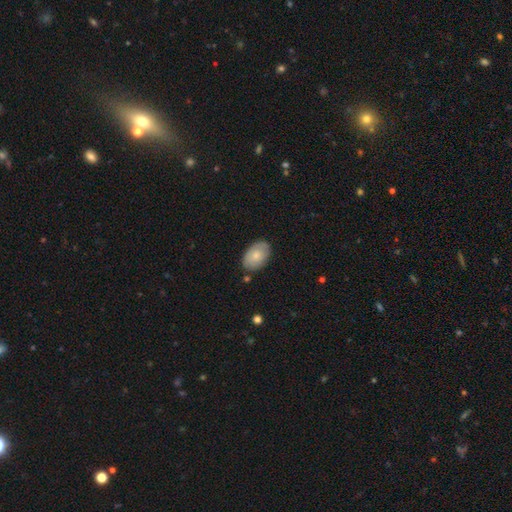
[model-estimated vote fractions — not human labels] The model was most divided on "smooth or featured": smooth: 76%, featured or disk: 18%, star or artifact: 6%. More confident: how rounded — in between (90%); merging — none (80%).